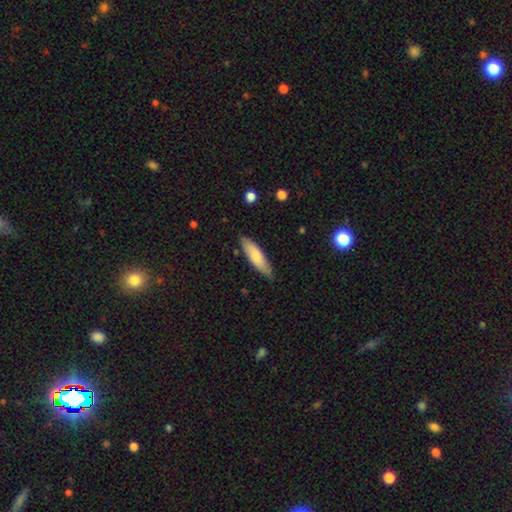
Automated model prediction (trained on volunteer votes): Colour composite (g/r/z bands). It shows a smooth galaxy with no disk features (74%) that is cigar-shaped (57%). Merging: none (81%).